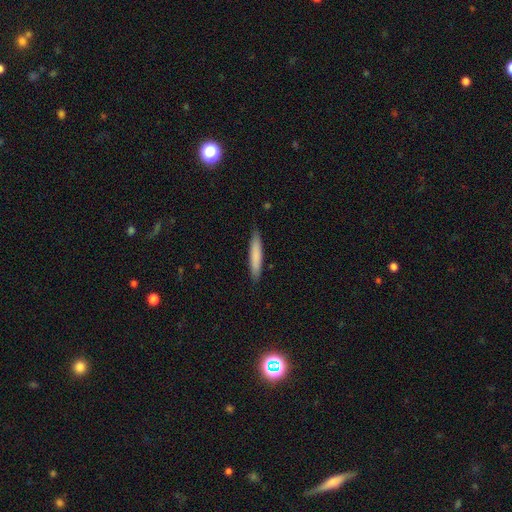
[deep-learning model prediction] This is likely a smooth galaxy (79%). How rounded: clearly cigar-shaped (91%). Merging: clearly none (88%).